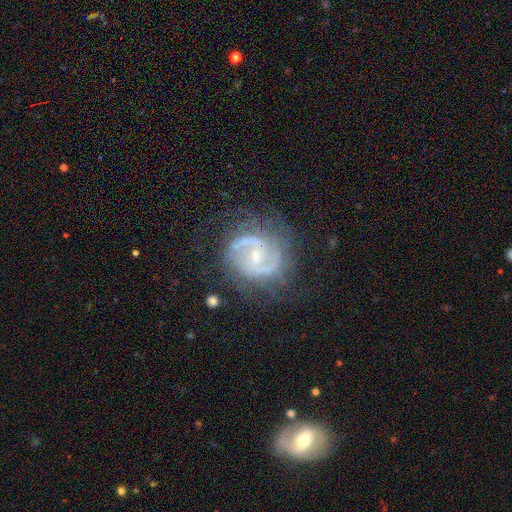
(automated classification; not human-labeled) Smooth or featured: featured or disk — 84% (smooth — 9%)
Edge-on disk: no — 97% (yes — 3%)
Bar: weak — 47% (no — 35%)
Spiral arms: yes — 91% (no — 9%)
Spiral winding: medium — 45% (tight — 37%)
Spiral arm count: 2 — 67% (can't tell — 17%)
Bulge size: small — 59% (moderate — 35%)
Merging: none — 67% (minor disturbance — 19%)